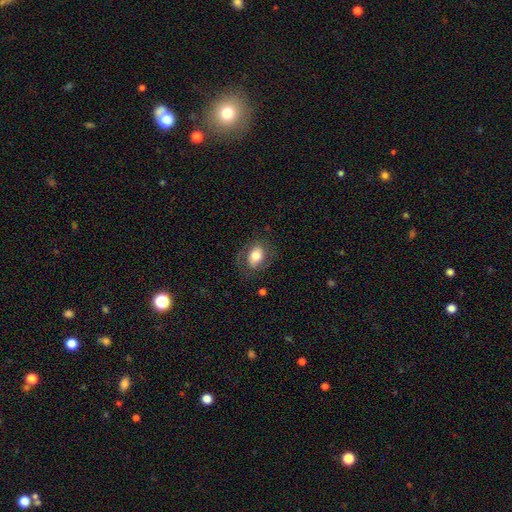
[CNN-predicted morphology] A smooth galaxy with no disk features (62%) that is in between round and cigar-shaped (73%).

Vote fractions:
- Smooth or featured? smooth: 62% / featured or disk: 30% / star or artifact: 8%
- How rounded? in between: 73% / round: 25% / cigar-shaped: 1%
- Merging? none: 69% / minor disturbance: 18% / major disturbance: 11% / merger: 1%